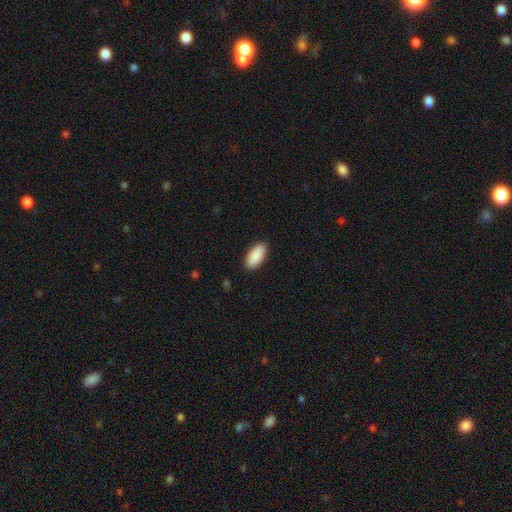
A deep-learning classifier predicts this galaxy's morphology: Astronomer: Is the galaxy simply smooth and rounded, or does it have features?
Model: smooth — 91%.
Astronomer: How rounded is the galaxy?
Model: in between — 91%.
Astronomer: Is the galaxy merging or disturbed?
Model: none — 90%.